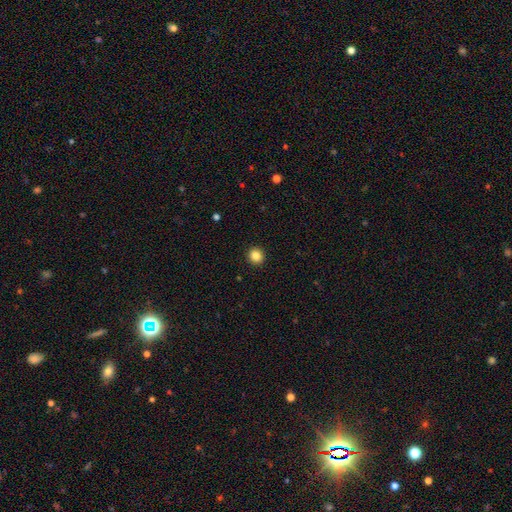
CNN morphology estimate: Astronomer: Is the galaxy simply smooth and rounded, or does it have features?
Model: smooth — 86%.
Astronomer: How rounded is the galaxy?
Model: round — 93%.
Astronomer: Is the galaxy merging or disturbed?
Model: none — 93%.